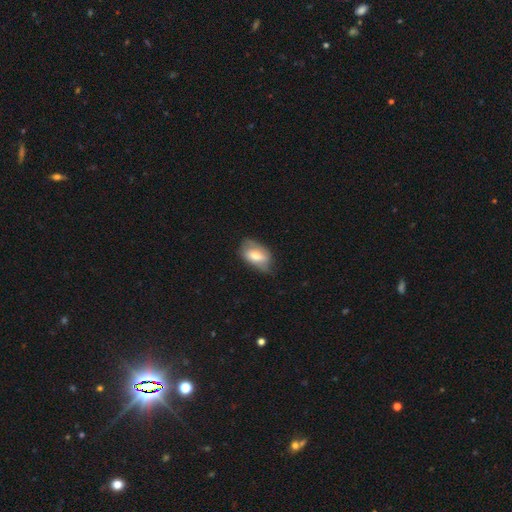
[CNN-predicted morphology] smooth 60%, featured or disk 33%, star or artifact 7%. Down the decision tree: how rounded — in between (89%); merging — none (56%).